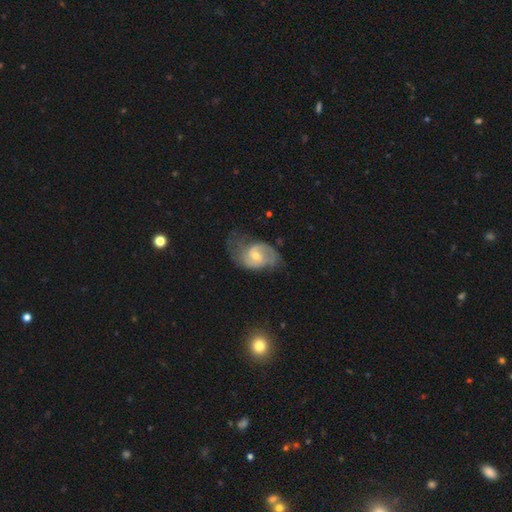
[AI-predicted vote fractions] A featured or disk galaxy (74%) with no bar (46%), 2 (77%) medium (45%) spiral arms (90%) and a moderate central bulge (49%). Merging: none (47%).